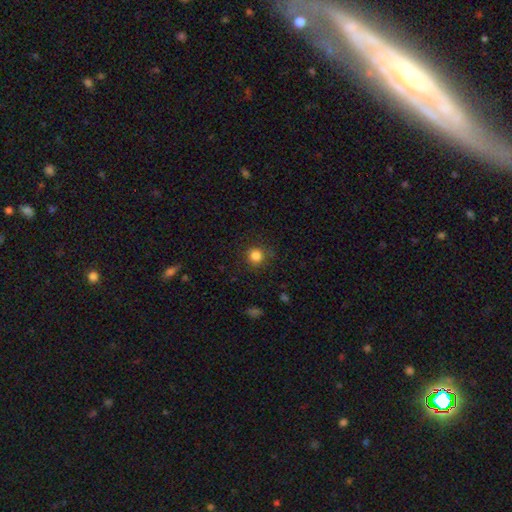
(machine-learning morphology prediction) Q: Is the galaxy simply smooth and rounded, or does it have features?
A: smooth — 84%.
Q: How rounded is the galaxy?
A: round — 93%.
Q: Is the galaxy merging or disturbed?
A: none — 86%.